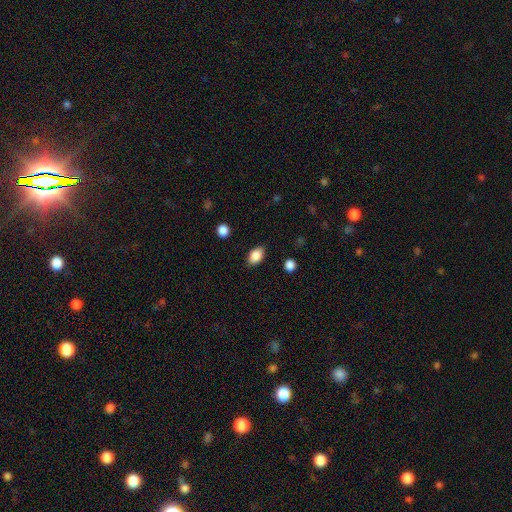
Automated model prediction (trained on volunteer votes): Smooth or featured: smooth — 87% (star or artifact — 8%)
How rounded: in between — 84% (round — 15%)
Merging: none — 85% (minor disturbance — 11%)